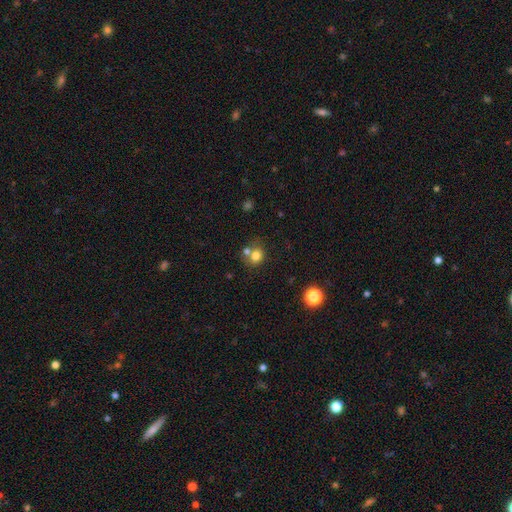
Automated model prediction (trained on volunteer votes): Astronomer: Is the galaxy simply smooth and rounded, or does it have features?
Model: smooth — 76%.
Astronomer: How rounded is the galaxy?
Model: round — 75%.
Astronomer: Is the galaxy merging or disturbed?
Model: none — 49% (runner-up: merger, 36%).